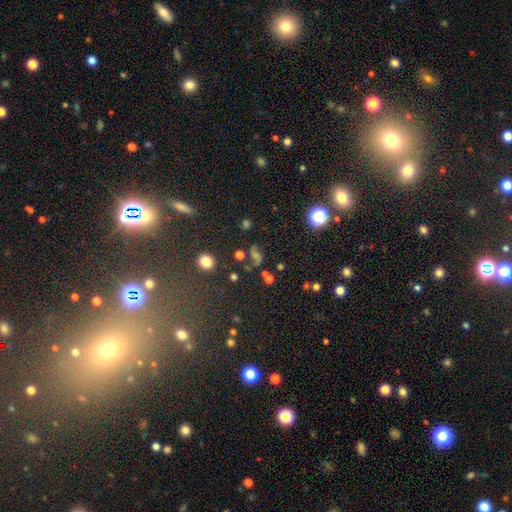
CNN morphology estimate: smooth_or_featured: smooth (p=0.39) [alt: star or artifact p=0.38]
merging: none (p=0.62) [alt: minor disturbance p=0.16]